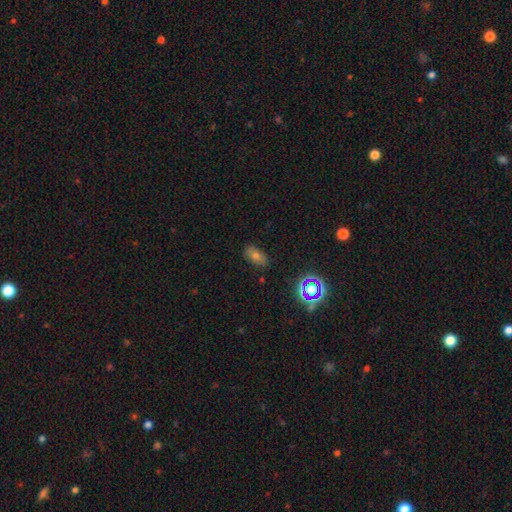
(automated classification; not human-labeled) Smooth or featured? smooth (62%)
How rounded? in between (86%)
Merging? none (83%)